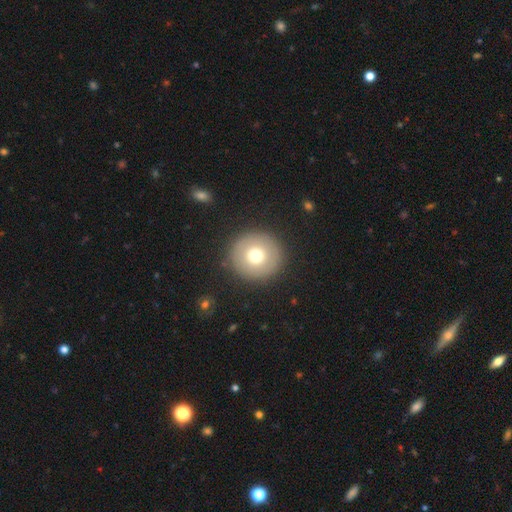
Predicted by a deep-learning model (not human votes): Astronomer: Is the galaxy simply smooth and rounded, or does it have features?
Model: smooth — 71%.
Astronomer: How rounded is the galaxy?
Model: round — 95%.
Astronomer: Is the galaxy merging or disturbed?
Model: none — 90%.